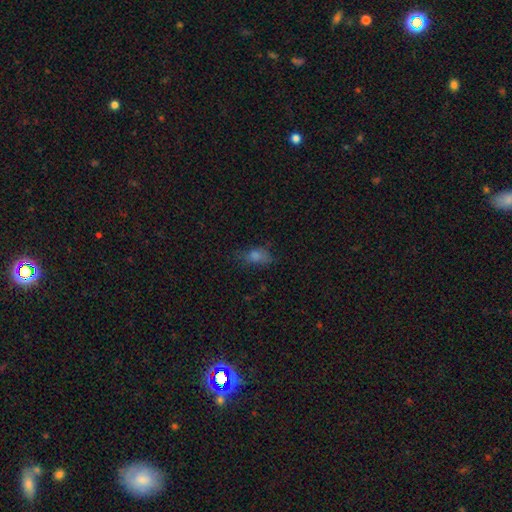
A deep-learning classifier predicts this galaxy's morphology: Smooth or featured? Predicted: smooth (p=0.69). How rounded? Predicted: in between (p=0.76). Merging? Predicted: none (p=0.58).